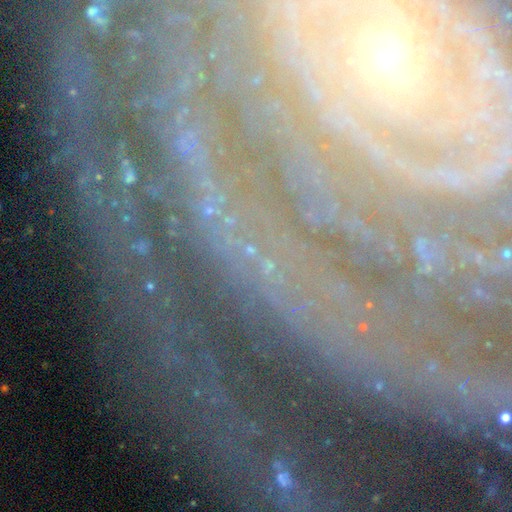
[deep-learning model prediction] This is likely a featured or disk galaxy (68%). It is clearly not viewed edge-on (92%). Bar: marginally no (44%). Spiral arm pattern: clearly yes (93%). Spiral arm count: marginally 2 (27%). Spiral winding: likely tight (72%). Central bulge: likely small (71%). Merging: likely none (67%).